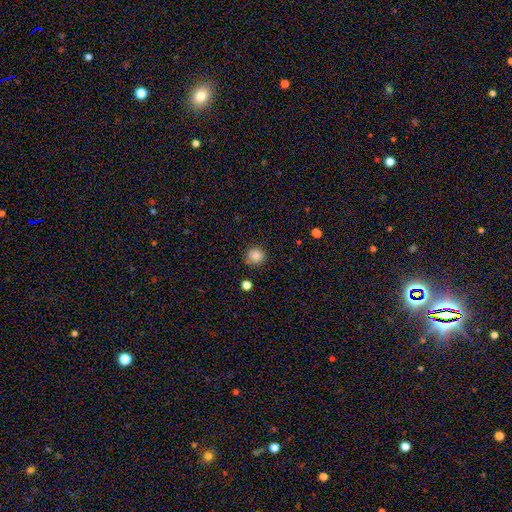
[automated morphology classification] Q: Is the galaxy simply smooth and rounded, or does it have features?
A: smooth — 86%.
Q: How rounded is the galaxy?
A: round — 91%.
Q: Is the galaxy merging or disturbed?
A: none — 82%.